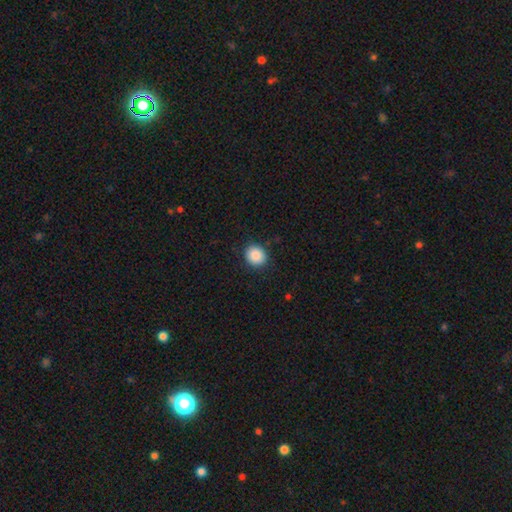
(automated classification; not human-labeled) Morphology: type=smooth (88%); roundness=round (82%); merging=none (89%).